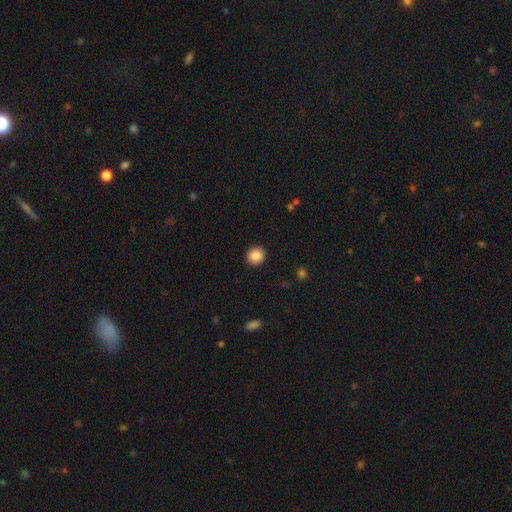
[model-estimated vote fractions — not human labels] Q: Smooth or featured?
A: smooth (88%); runner-up: star or artifact (9%)
Q: How rounded?
A: round (88%); runner-up: in between (11%)
Q: Merging?
A: none (92%); runner-up: minor disturbance (5%)